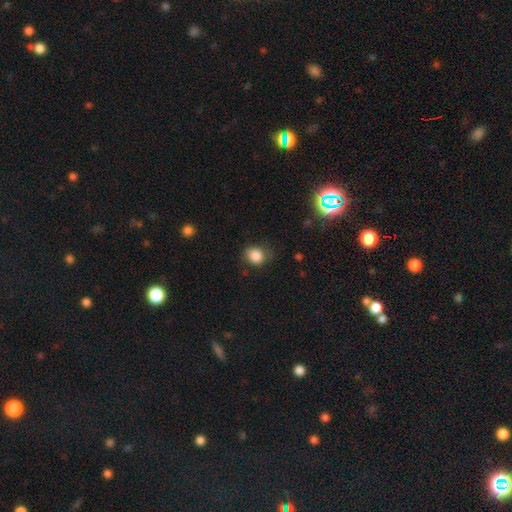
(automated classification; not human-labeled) This is clearly a smooth galaxy (85%). How rounded: likely round (64%). Merging: likely none (69%).